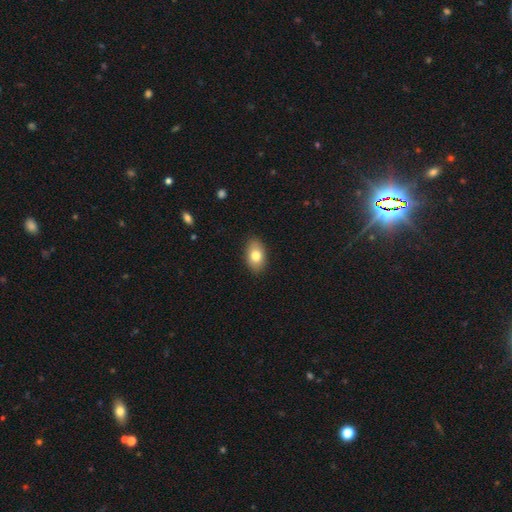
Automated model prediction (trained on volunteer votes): This appears to be a smooth galaxy with no disk features (79%) that is in between round and cigar-shaped (88%). Merging: none (88%).